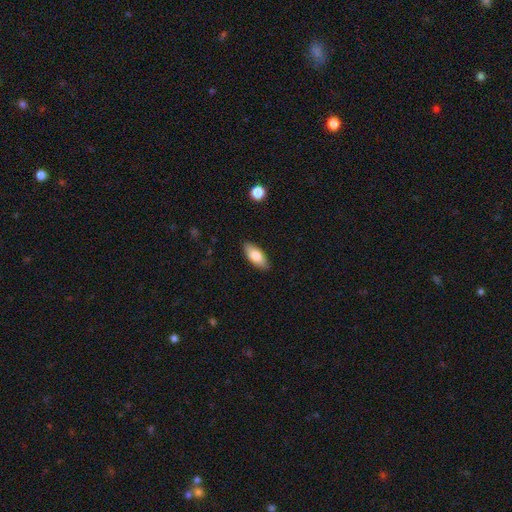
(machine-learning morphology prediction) Overall: smooth (78%). How rounded: in between (84%). Merging: none (88%).